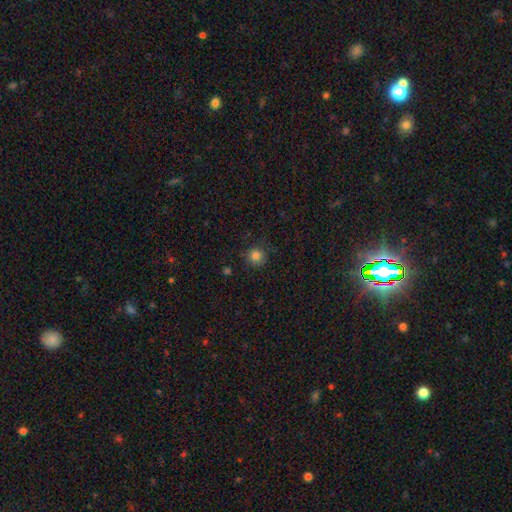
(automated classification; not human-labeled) Overall: smooth (82%). How rounded: round (92%). Merging: none (81%).